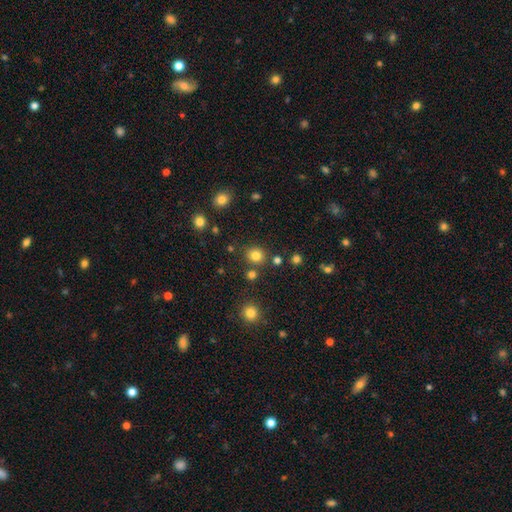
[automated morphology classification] type=smooth (80%); roundness=round (86%); merging=none (83%).